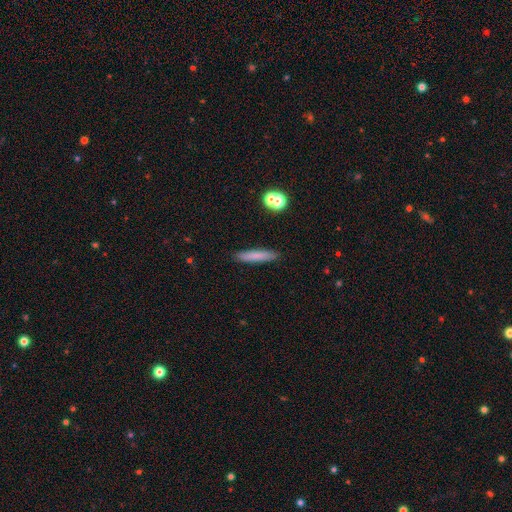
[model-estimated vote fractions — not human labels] A smooth galaxy with no disk features (76%) that is cigar-shaped (89%). Merging: none (89%).